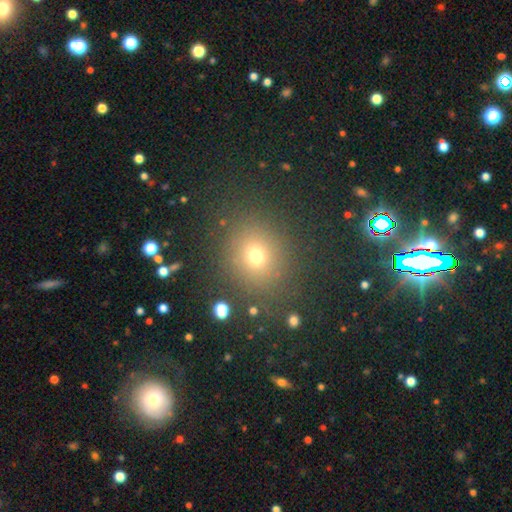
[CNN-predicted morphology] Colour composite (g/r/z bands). It shows a smooth galaxy with no disk features (68%) that is round (79%). Merging: none (86%).